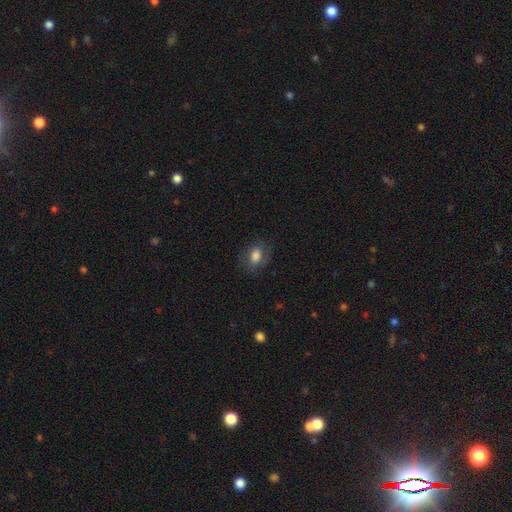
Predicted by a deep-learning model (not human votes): Overall: smooth (76%). How rounded: in between (75%). Merging: none (76%).